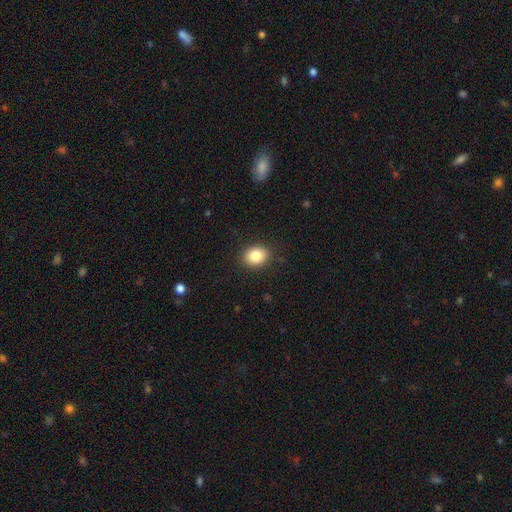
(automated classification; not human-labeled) Morphology: type=smooth (85%); roundness=in between (50%); merging=none (88%).